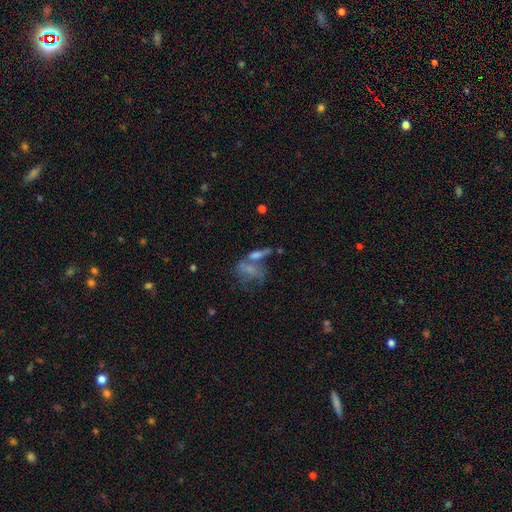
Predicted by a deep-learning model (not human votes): smooth_or_featured: smooth (p=0.49) [alt: featured or disk p=0.36]
merging: merger (p=0.42) [alt: none p=0.32]